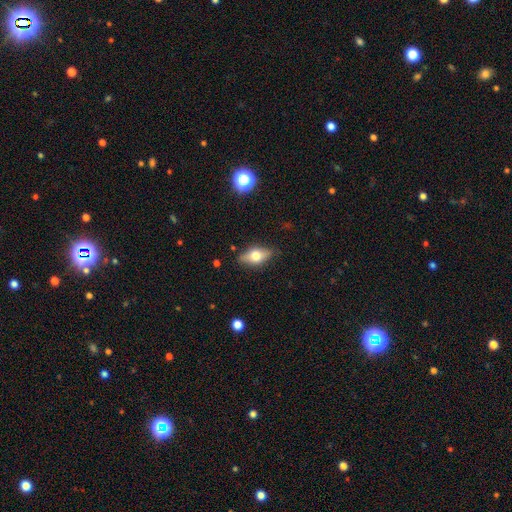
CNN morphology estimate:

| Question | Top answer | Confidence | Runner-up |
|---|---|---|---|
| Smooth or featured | smooth | 55% | featured or disk (37%) |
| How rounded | in between | 80% | cigar-shaped (14%) |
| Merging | none | 83% | minor disturbance (13%) |